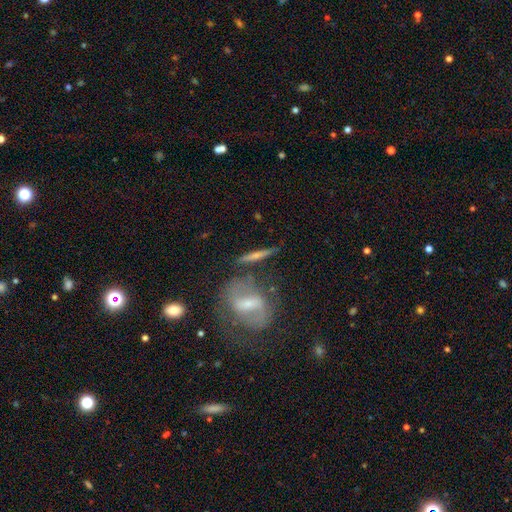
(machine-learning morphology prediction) type=featured or disk (54%); edge-on=yes (82%); merging=none (73%).